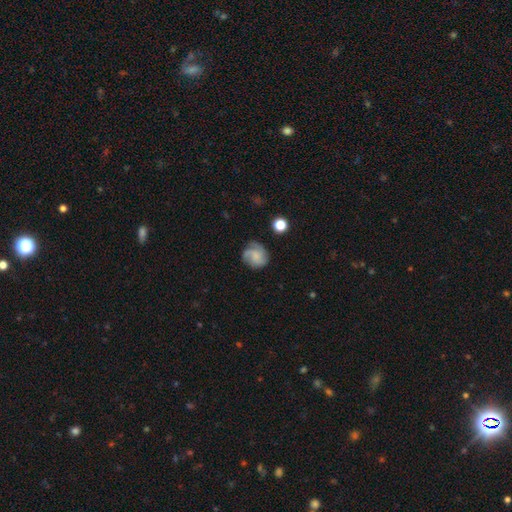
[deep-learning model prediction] Smooth or featured? Predicted: featured or disk (p=0.53). Edge-on disk? Predicted: no (p=0.98). Bar? Predicted: no (p=0.74). Spiral arms? Predicted: yes (p=0.91). Bulge size? Predicted: none (p=0.43). Merging? Predicted: none (p=0.71).